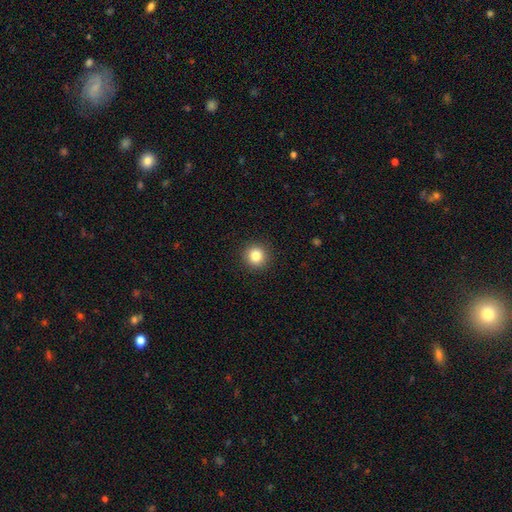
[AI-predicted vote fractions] This is clearly a smooth galaxy (85%). How rounded: clearly round (93%). Merging: clearly none (92%).